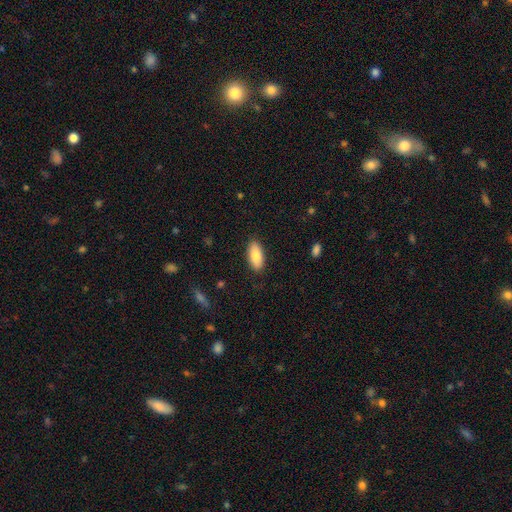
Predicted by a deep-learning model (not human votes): smooth-or-featured: smooth: 83% | featured or disk: 11% | star or artifact: 6%
  how-rounded: in between: 88% | cigar-shaped: 10% | round: 2%
  merging: none: 87% | minor disturbance: 10% | major disturbance: 2% | merger: 1%